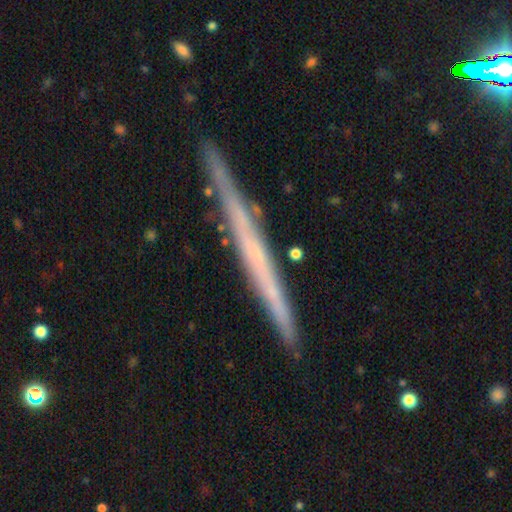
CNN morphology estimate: featured or disk 65%, smooth 27%, star or artifact 8%. Down the decision tree: edge-on disk — yes (96%); edge-on bulge — none (89%); merging — none (87%).